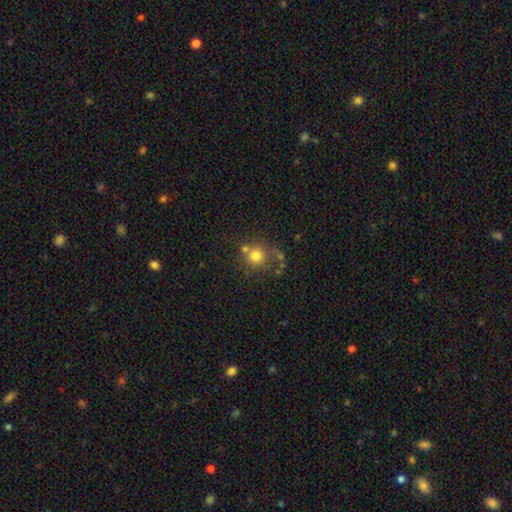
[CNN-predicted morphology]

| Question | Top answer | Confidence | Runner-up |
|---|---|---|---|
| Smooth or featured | smooth | 75% | star or artifact (13%) |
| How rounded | round | 91% | in between (8%) |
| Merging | none | 59% | merger (21%) |